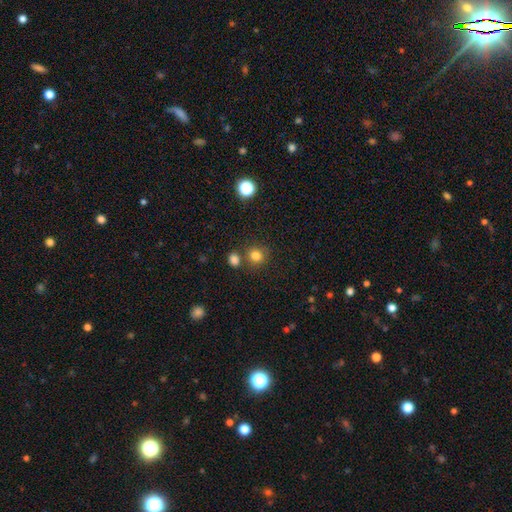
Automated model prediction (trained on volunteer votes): A smooth galaxy with no disk features (81%) that is round (85%). Merging: none (73%).